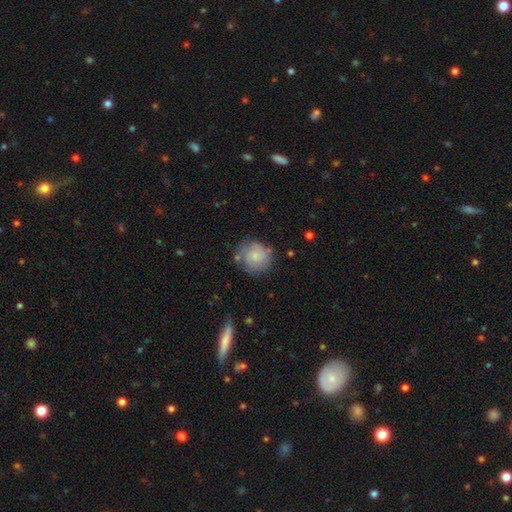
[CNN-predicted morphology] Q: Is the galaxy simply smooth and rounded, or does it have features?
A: smooth — 70%.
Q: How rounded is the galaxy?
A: round — 87%.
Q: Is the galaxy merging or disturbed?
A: none — 65%.